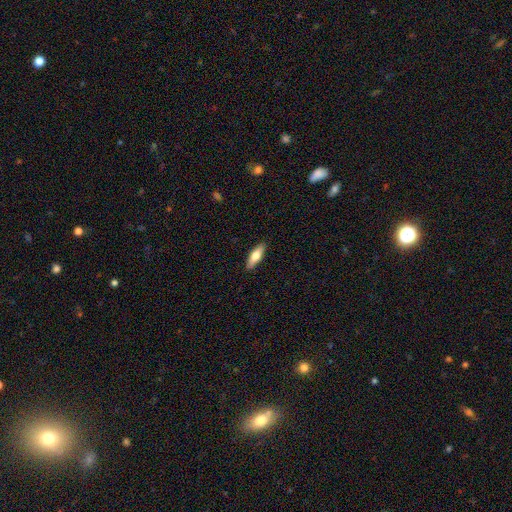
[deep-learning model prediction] A smooth galaxy with no disk features (65%) that is in between round and cigar-shaped (50%).

Vote fractions:
- Smooth or featured? smooth: 65% / featured or disk: 29% / star or artifact: 6%
- How rounded? in between: 50% / cigar-shaped: 48% / round: 2%
- Merging? none: 89% / minor disturbance: 8% / major disturbance: 2% / merger: 1%